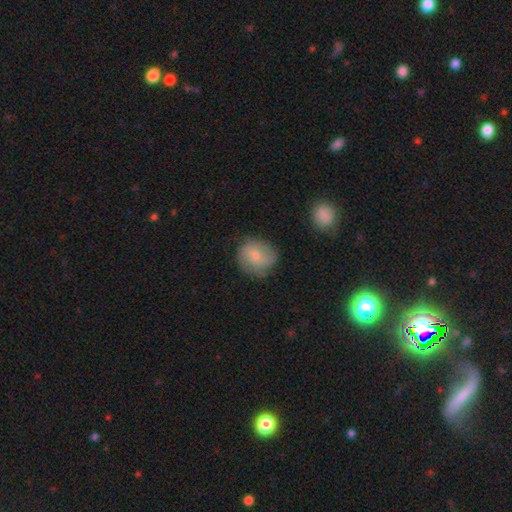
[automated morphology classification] Smooth or featured: smooth — 60% (featured or disk — 33%)
How rounded: round — 82% (in between — 17%)
Merging: none — 70% (minor disturbance — 22%)